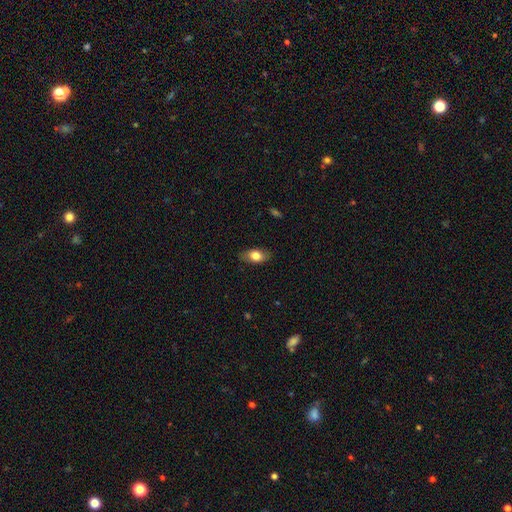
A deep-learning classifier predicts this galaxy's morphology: type=smooth (78%); roundness=in between (87%); merging=none (83%).